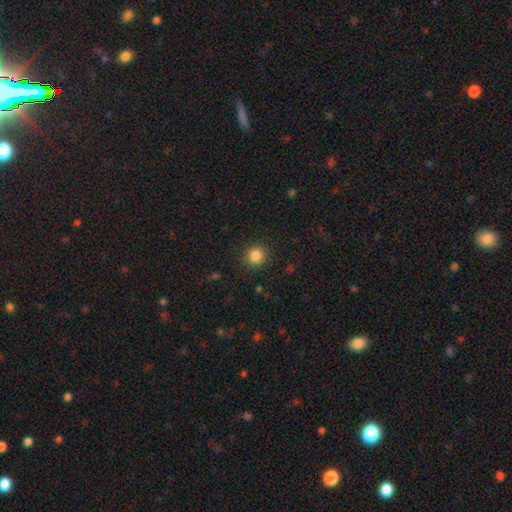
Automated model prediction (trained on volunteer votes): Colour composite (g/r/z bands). It shows a smooth galaxy with no disk features (85%) that is round (88%). Merging: none (89%).